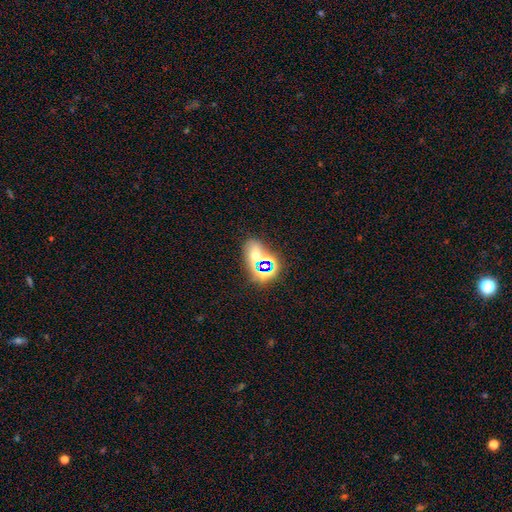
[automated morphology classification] smooth-or-featured: smooth: 42% | star or artifact: 39% | featured or disk: 19%
  merging: none: 57% | merger: 21% | minor disturbance: 14% | major disturbance: 8%